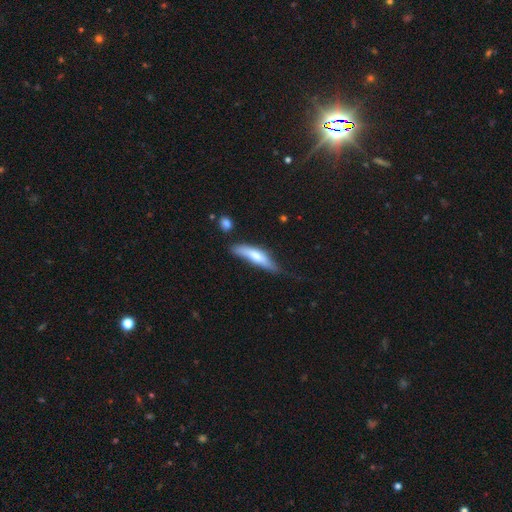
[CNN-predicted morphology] smooth 61%, featured or disk 34%, star or artifact 6%. Down the decision tree: how rounded — cigar-shaped (68%); merging — none (47%).